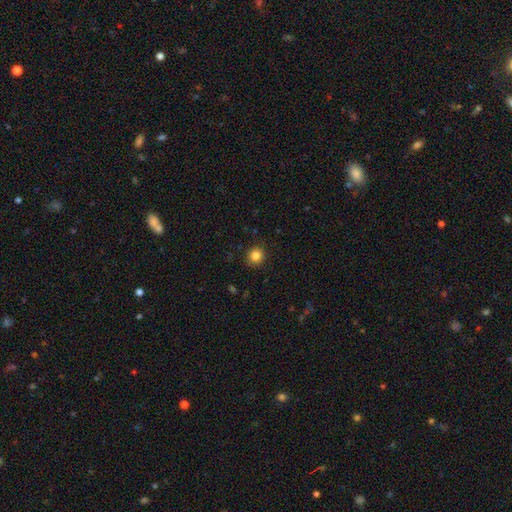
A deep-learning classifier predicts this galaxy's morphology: Q: Smooth or featured?
A: smooth (84%); runner-up: star or artifact (11%)
Q: How rounded?
A: round (89%); runner-up: in between (11%)
Q: Merging?
A: none (90%); runner-up: minor disturbance (7%)